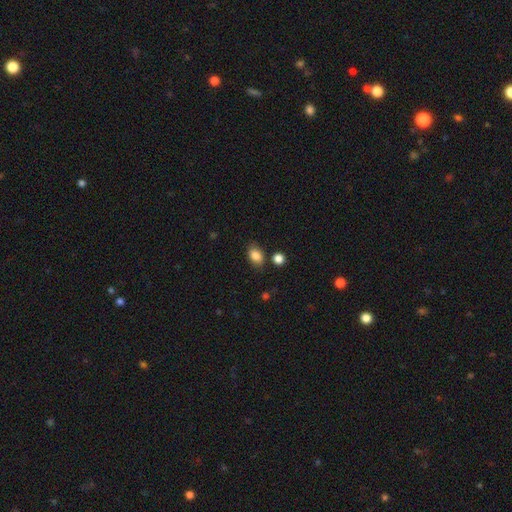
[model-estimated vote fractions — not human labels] A smooth galaxy with no disk features (85%) that is in between round and cigar-shaped (82%).

Vote fractions:
- Smooth or featured? smooth: 85% / star or artifact: 9% / featured or disk: 6%
- How rounded? in between: 82% / round: 16% / cigar-shaped: 2%
- Merging? none: 78% / minor disturbance: 14% / merger: 5% / major disturbance: 3%